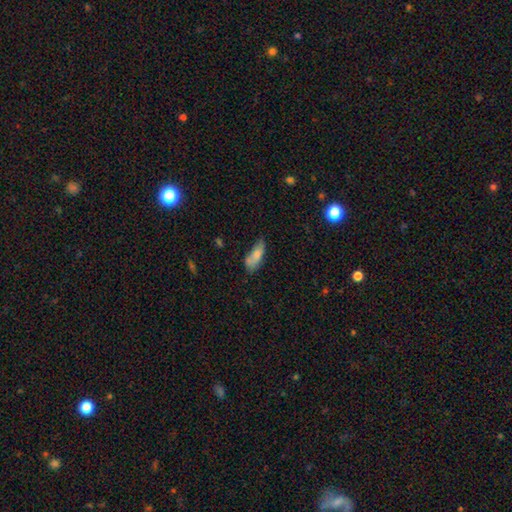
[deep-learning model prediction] Smooth or featured? Predicted: smooth (p=0.77). How rounded? Predicted: in between (p=0.73). Merging? Predicted: none (p=0.45).